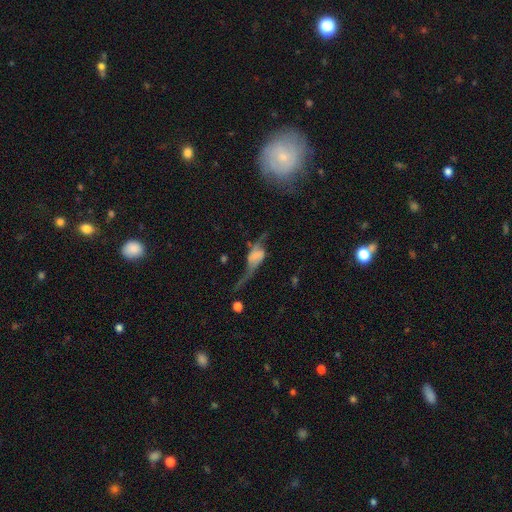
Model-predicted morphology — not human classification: Q: Smooth or featured?
A: featured or disk (67%); runner-up: smooth (24%)
Q: Edge-on disk?
A: no (71%); runner-up: yes (29%)
Q: Merging?
A: major disturbance (44%); runner-up: none (29%)